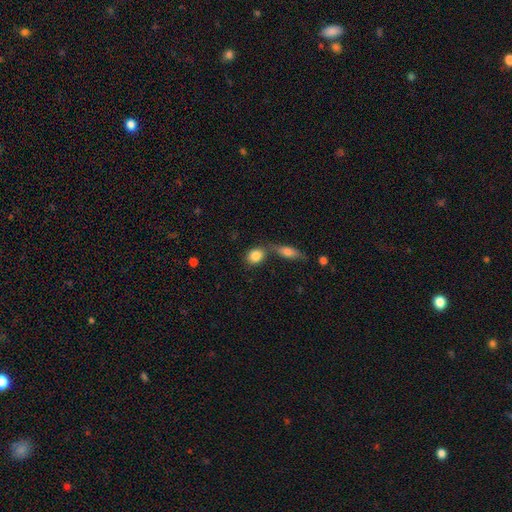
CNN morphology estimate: smooth-or-featured: smooth: 85% | featured or disk: 8% | star or artifact: 8%
  how-rounded: round: 54% | in between: 43% | cigar-shaped: 3%
  merging: none: 50% | merger: 34% | minor disturbance: 11% | major disturbance: 4%